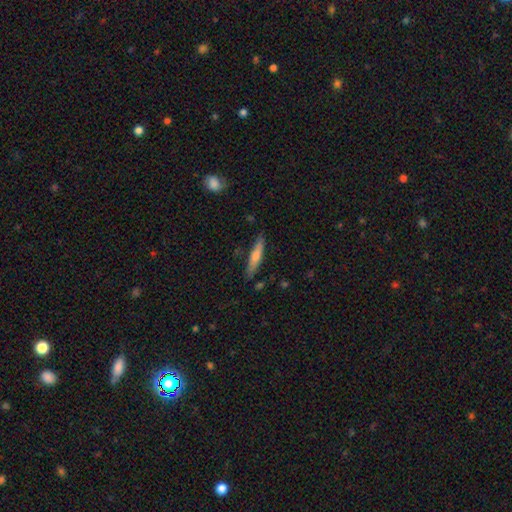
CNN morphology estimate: Smooth or featured? Predicted: smooth (p=0.55). How rounded? Predicted: cigar-shaped (p=0.89). Merging? Predicted: none (p=0.84).